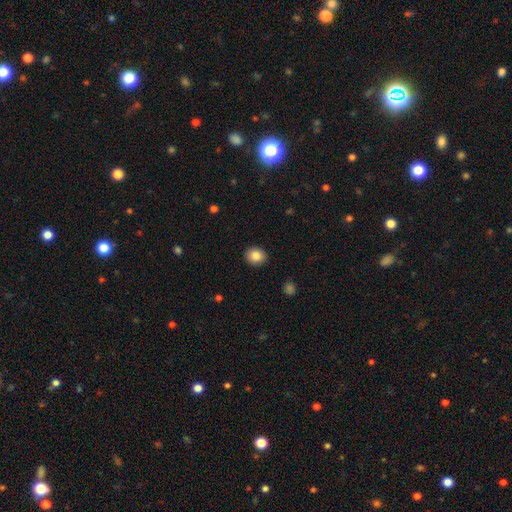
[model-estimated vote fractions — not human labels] smooth_or_featured: smooth (p=0.85) [alt: star or artifact p=0.09]
how_rounded: round (p=0.67) [alt: in between p=0.33]
merging: none (p=0.91) [alt: minor disturbance p=0.06]